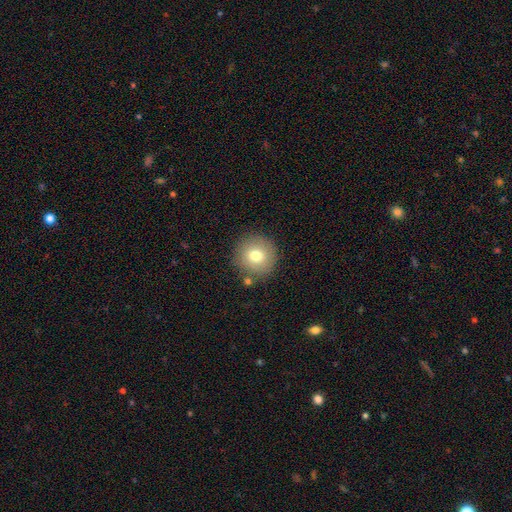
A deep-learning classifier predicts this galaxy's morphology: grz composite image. It shows a smooth galaxy with no disk features (75%) that is round (94%). Merging: none (85%).